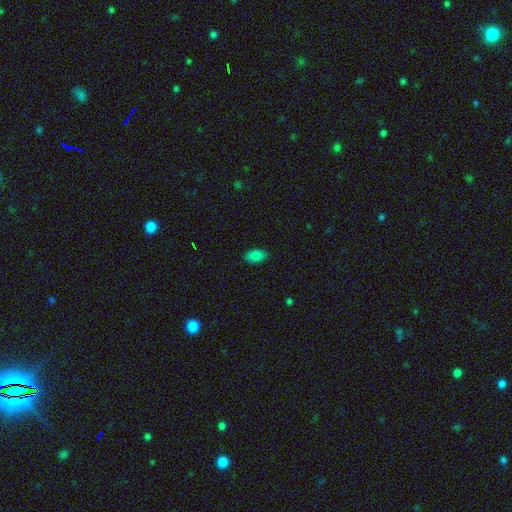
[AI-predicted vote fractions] Q: Smooth or featured?
A: smooth (84%); runner-up: star or artifact (10%)
Q: How rounded?
A: in between (92%); runner-up: round (5%)
Q: Merging?
A: none (87%); runner-up: minor disturbance (10%)